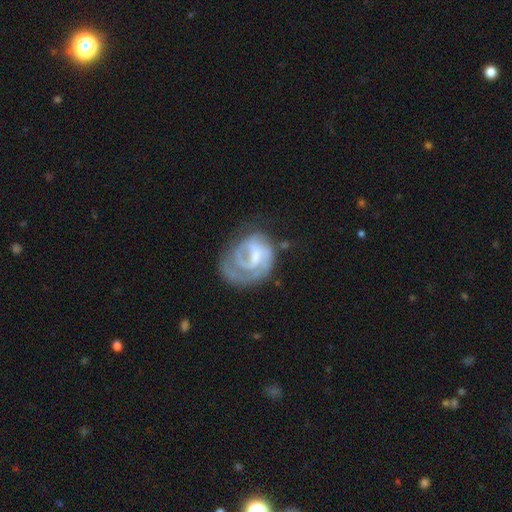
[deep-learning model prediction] Overall: featured or disk (74%). Edge-on disk: no (98%). Bar: weak (52%; no 31%). Spiral arms: yes (81%). Spiral arm count: 1 (50%; 2 23%). Spiral winding: tight (46%; medium 35%). Bulge size: small (39%; moderate 32%). Merging: none (42%; major disturbance 33%).